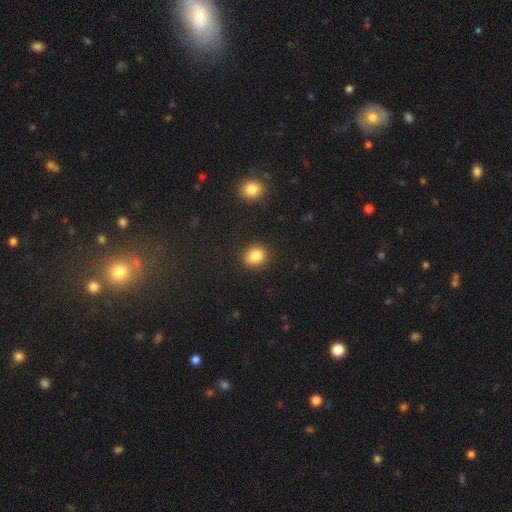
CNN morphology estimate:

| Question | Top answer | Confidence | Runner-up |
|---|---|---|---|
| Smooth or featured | smooth | 84% | star or artifact (11%) |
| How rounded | round | 73% | in between (26%) |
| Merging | none | 86% | minor disturbance (9%) |